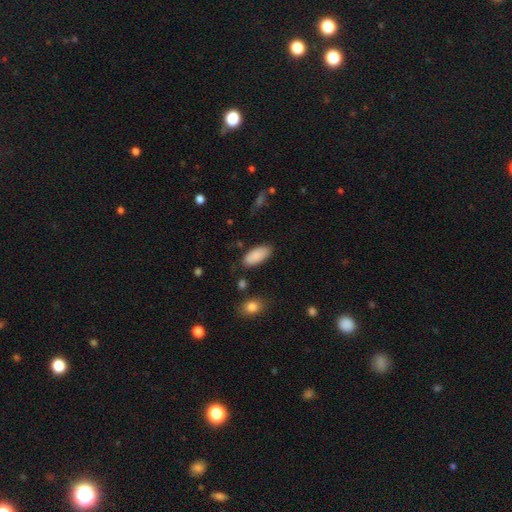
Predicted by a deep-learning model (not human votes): Overall: smooth (87%). How rounded: in between (90%). Merging: none (80%).